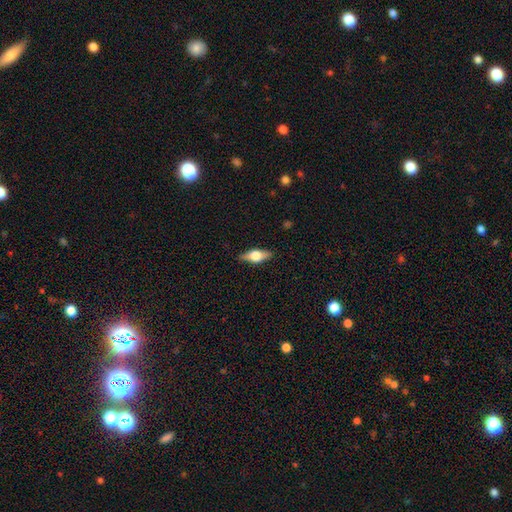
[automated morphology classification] Smooth or featured: featured or disk — 49% (smooth — 44%)
Merging: none — 87% (minor disturbance — 10%)